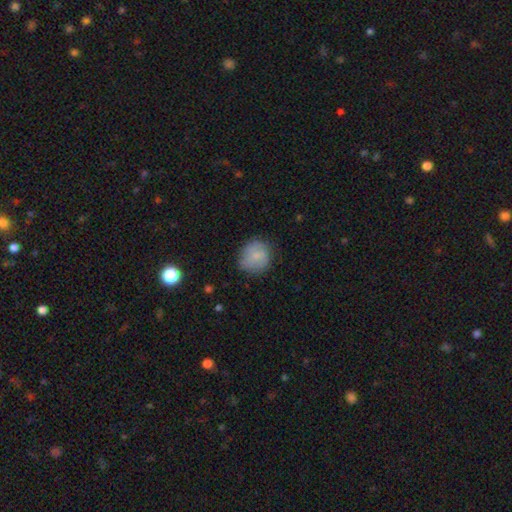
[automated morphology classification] A smooth galaxy with no disk features (76%) that is round (82%). Merging: none (71%).